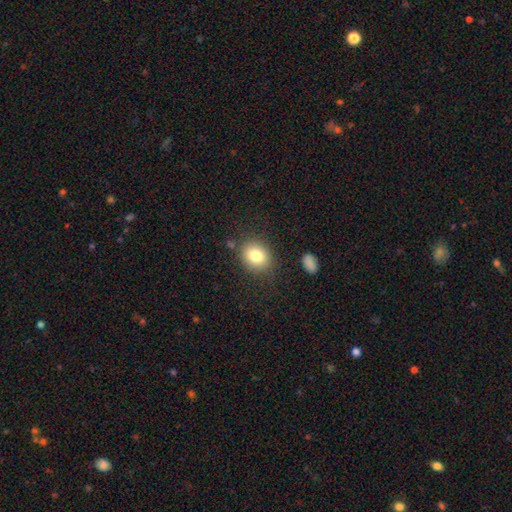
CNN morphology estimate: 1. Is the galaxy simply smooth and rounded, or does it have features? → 81% smooth, 10% star or artifact, 9% featured or disk.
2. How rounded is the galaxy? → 57% round, 42% in between, 1% cigar-shaped.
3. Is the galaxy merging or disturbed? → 81% none, 12% minor disturbance, 4% major disturbance, 3% merger.